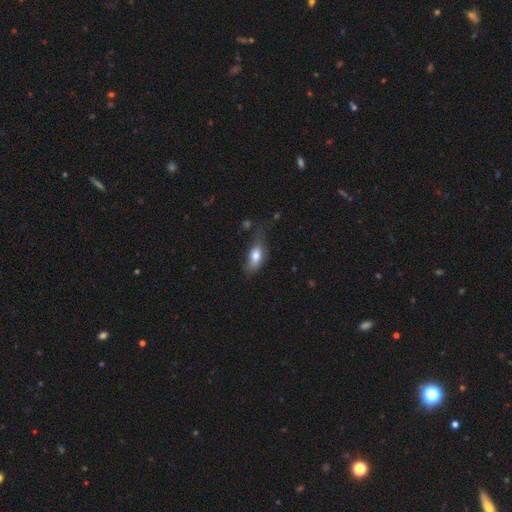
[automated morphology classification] Smooth or featured? Predicted: smooth (p=0.77). How rounded? Predicted: in between (p=0.83). Merging? Predicted: none (p=0.48).